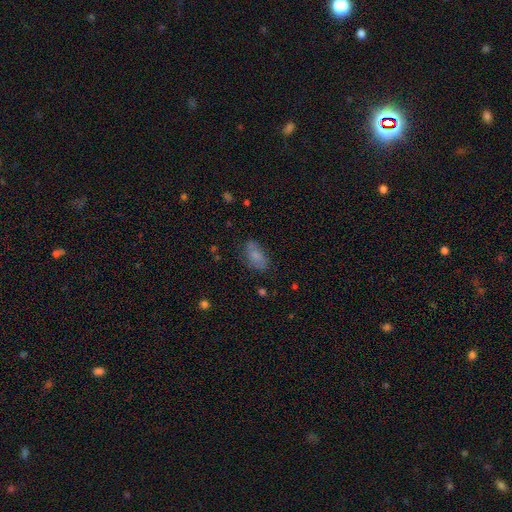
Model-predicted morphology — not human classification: smooth-or-featured: smooth: 73% | featured or disk: 17% | star or artifact: 10%
  how-rounded: in between: 90% | round: 5% | cigar-shaped: 5%
  merging: none: 67% | minor disturbance: 22% | major disturbance: 8% | merger: 4%